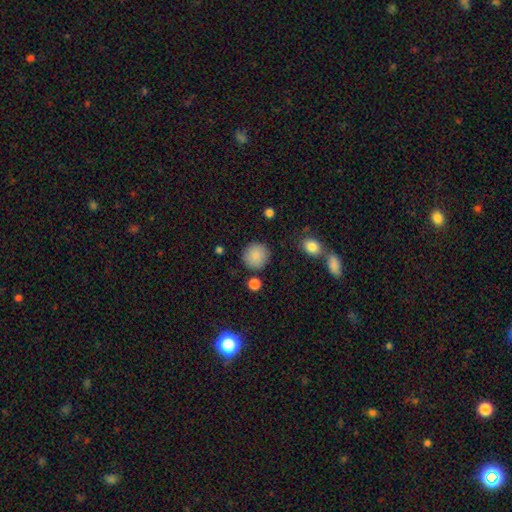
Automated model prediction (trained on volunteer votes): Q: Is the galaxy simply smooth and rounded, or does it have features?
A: smooth — 86%.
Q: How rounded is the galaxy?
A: round — 92%.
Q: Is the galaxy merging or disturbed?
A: none — 86%.